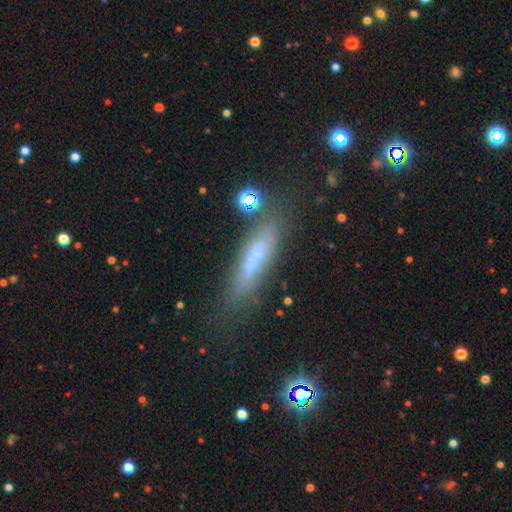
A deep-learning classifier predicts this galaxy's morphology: A featured or disk galaxy (50%).

Vote fractions:
- Smooth or featured? featured or disk: 50% / smooth: 38% / star or artifact: 12%
- Merging? none: 66% / minor disturbance: 19% / major disturbance: 8% / merger: 7%